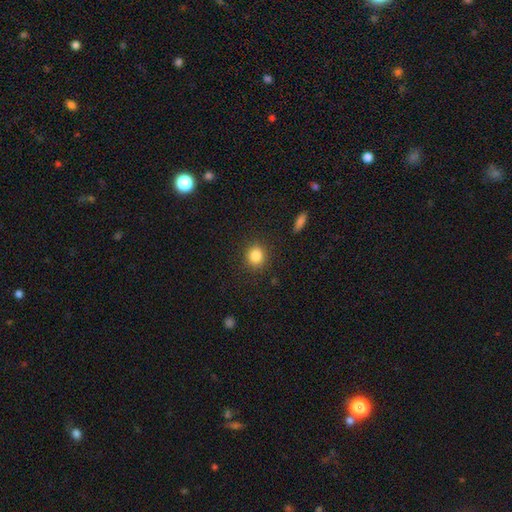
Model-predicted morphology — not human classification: Smooth or featured? smooth (85%)
How rounded? round (81%)
Merging? none (89%)